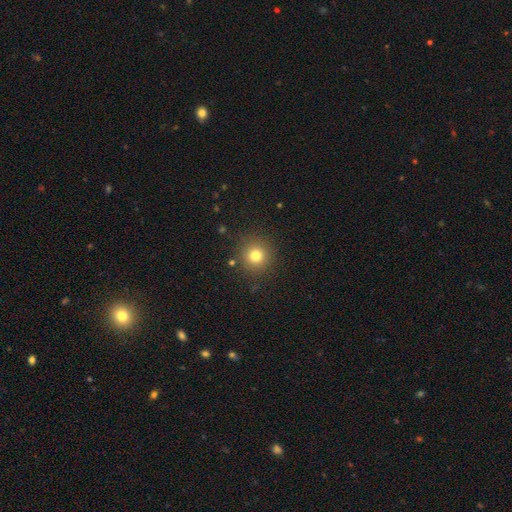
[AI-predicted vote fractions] The model was most divided on "smooth or featured": smooth: 78%, star or artifact: 14%, featured or disk: 8%. More confident: how rounded — round (93%); merging — none (88%).